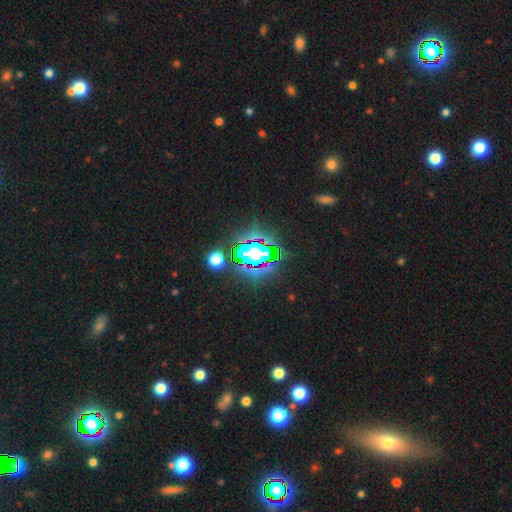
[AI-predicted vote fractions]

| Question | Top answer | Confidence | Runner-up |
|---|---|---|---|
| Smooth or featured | star or artifact | 80% | smooth (12%) |